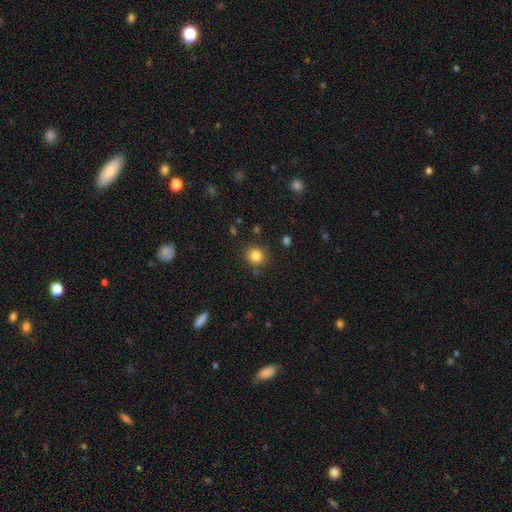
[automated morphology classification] A smooth galaxy with no disk features (84%) that is round (85%). Merging: none (86%).